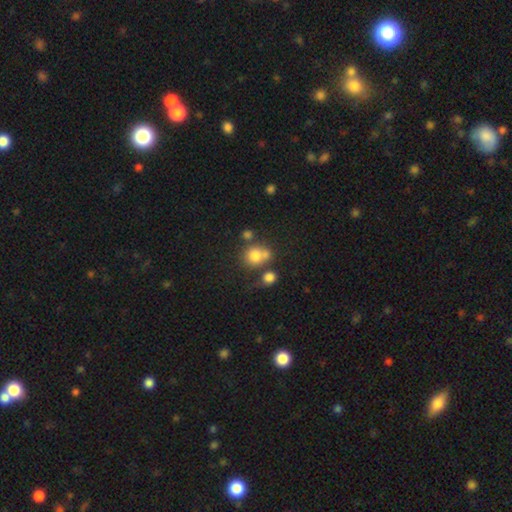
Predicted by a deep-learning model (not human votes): Smooth or featured?
  - smooth: 76% *
  - star or artifact: 13%
  - featured or disk: 12%
How rounded?
  - round: 79% *
  - in between: 20%
  - cigar-shaped: 1%
Merging?
  - none: 45% *
  - merger: 35%
  - minor disturbance: 13%
  - major disturbance: 7%